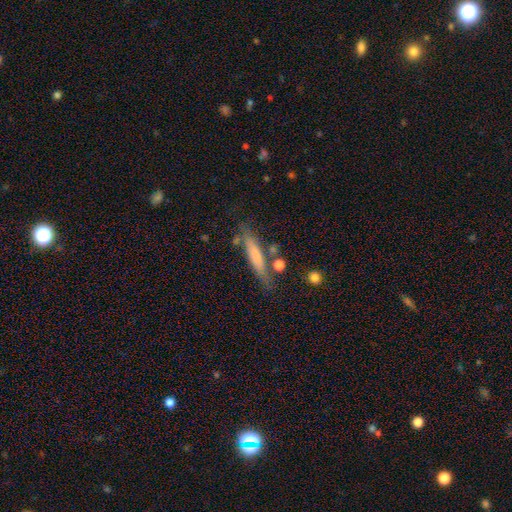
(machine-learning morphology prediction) Smooth or featured? Predicted: smooth (p=0.66). How rounded? Predicted: cigar-shaped (p=0.86). Merging? Predicted: none (p=0.69).